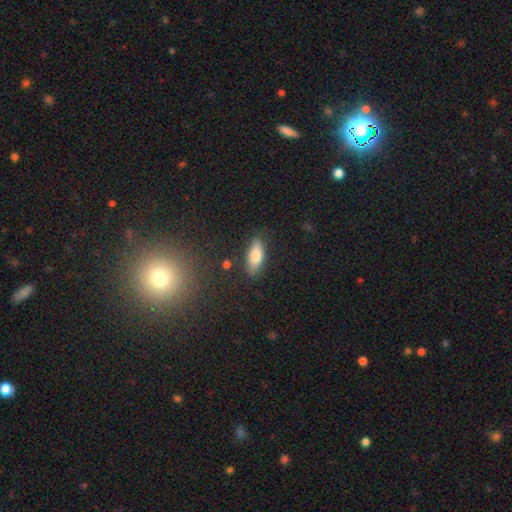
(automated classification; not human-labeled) smooth-or-featured: smooth: 76% | featured or disk: 17% | star or artifact: 7%
  how-rounded: in between: 69% | cigar-shaped: 29% | round: 3%
  merging: none: 83% | minor disturbance: 12% | major disturbance: 3% | merger: 2%